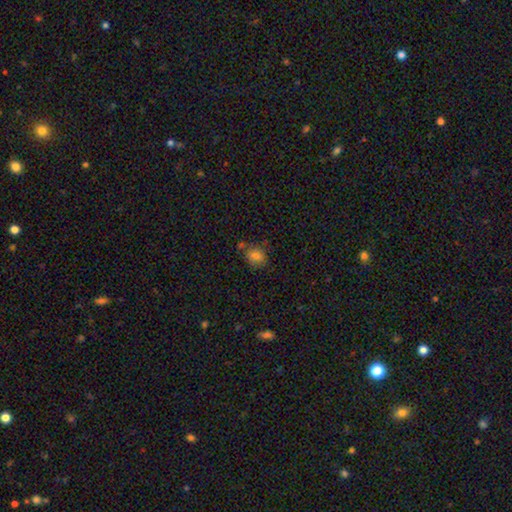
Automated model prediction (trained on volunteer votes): Q: Smooth or featured?
A: smooth (78%); runner-up: star or artifact (12%)
Q: How rounded?
A: round (60%); runner-up: in between (38%)
Q: Merging?
A: none (68%); runner-up: minor disturbance (17%)